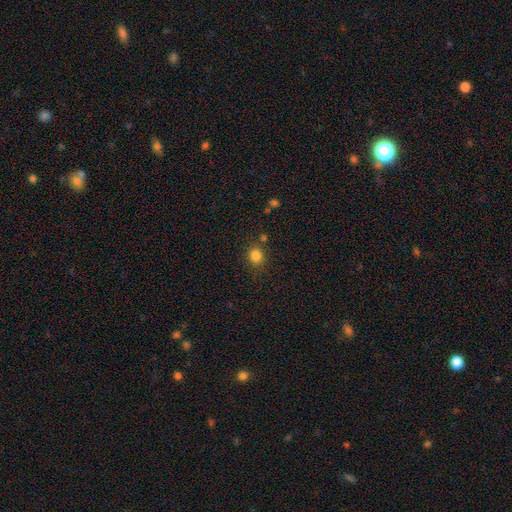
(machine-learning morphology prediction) type=smooth (83%); roundness=round (77%); merging=none (81%).